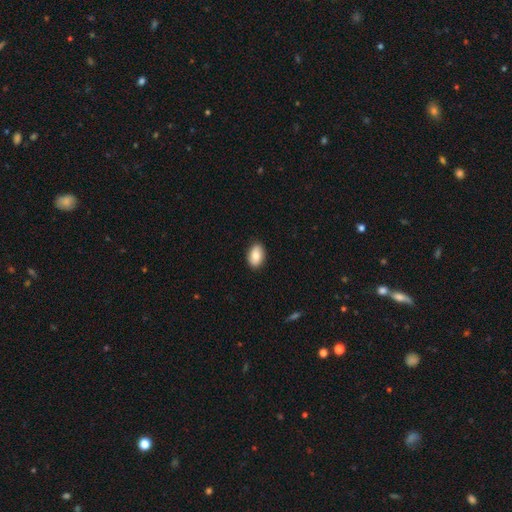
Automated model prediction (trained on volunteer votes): Q: Smooth or featured?
A: smooth (83%); runner-up: featured or disk (11%)
Q: How rounded?
A: in between (89%); runner-up: round (9%)
Q: Merging?
A: none (88%); runner-up: minor disturbance (9%)